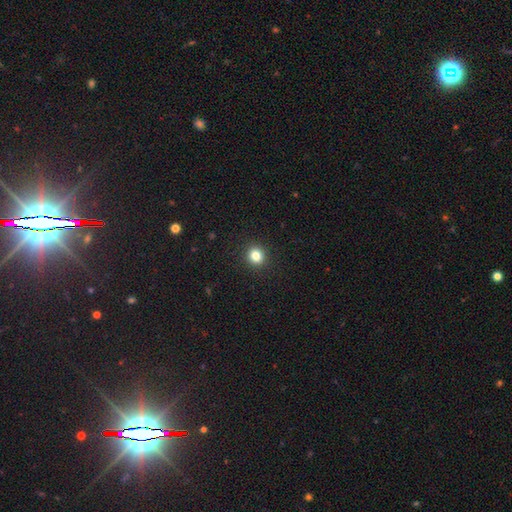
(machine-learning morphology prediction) A smooth galaxy with no disk features (84%) that is round (85%).

Vote fractions:
- Smooth or featured? smooth: 84% / star or artifact: 12% / featured or disk: 5%
- How rounded? round: 85% / in between: 14% / cigar-shaped: 1%
- Merging? none: 92% / minor disturbance: 5% / major disturbance: 2% / merger: 1%